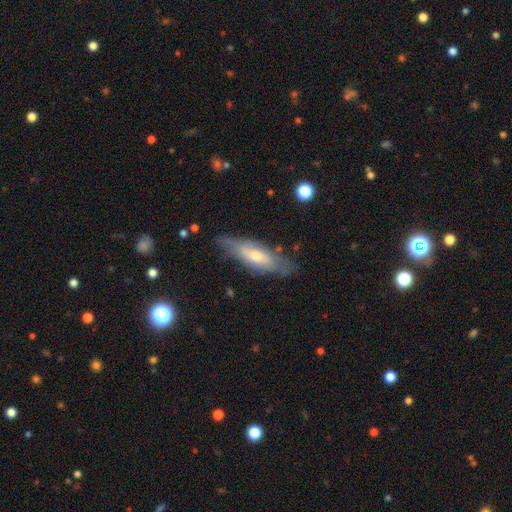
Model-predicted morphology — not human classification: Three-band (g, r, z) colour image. It shows a featured or disk galaxy (51%) viewed edge-on (51%). Merging: none (74%).